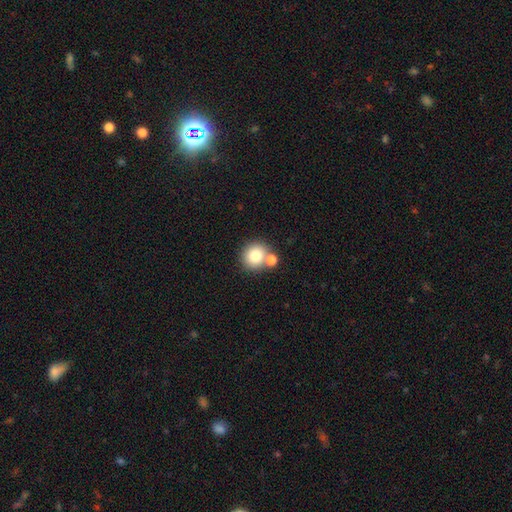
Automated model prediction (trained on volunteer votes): smooth_or_featured: smooth (p=0.79) [alt: star or artifact p=0.11]
how_rounded: round (p=0.89) [alt: in between p=0.11]
merging: none (p=0.62) [alt: merger p=0.28]